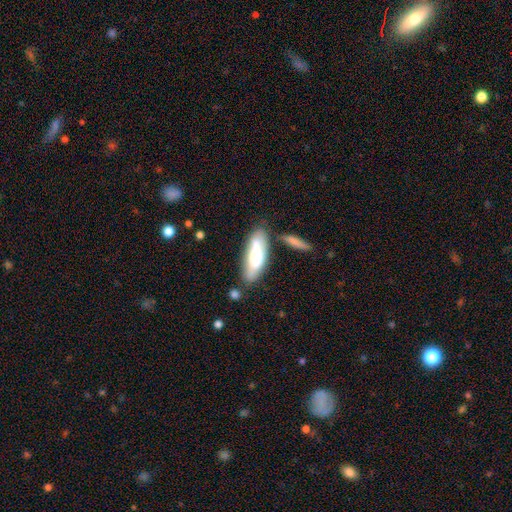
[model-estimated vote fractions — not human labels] smooth-or-featured: smooth: 65% | featured or disk: 29% | star or artifact: 6%
  how-rounded: in between: 54% | cigar-shaped: 44% | round: 2%
  merging: none: 58% | minor disturbance: 20% | merger: 15% | major disturbance: 7%